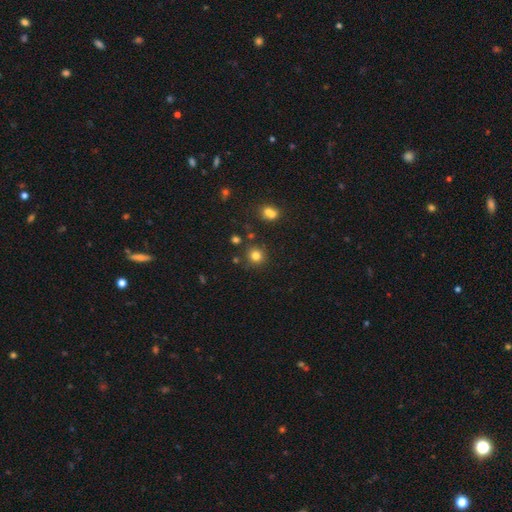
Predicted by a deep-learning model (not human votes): Smooth or featured? Predicted: smooth (p=0.79). How rounded? Predicted: round (p=0.91). Merging? Predicted: none (p=0.83).